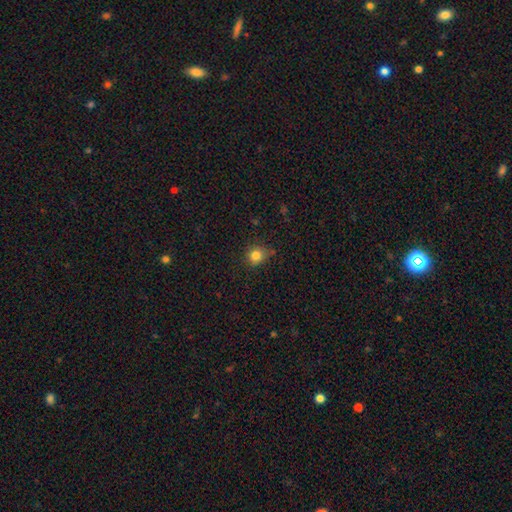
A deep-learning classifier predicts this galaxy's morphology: type=smooth (82%); roundness=round (82%); merging=none (73%).